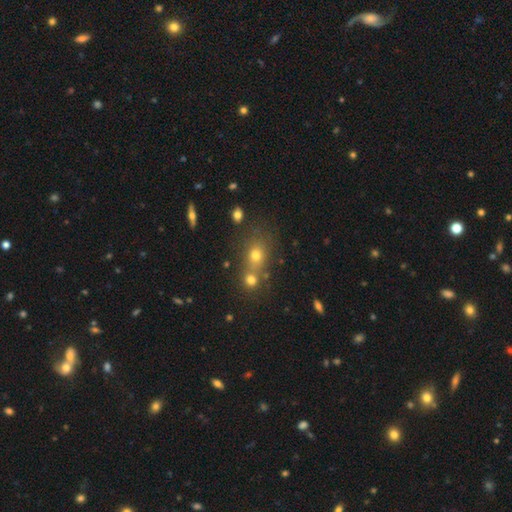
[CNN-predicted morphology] type=smooth (64%); roundness=round (58%); merging=none (46%).